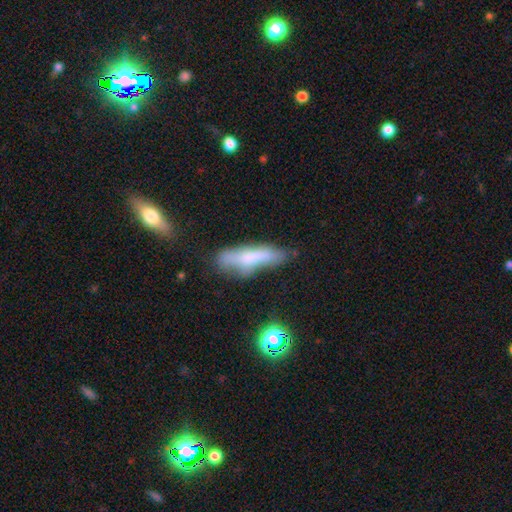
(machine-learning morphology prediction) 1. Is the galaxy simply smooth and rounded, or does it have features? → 61% smooth, 31% featured or disk, 9% star or artifact.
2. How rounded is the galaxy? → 61% cigar-shaped, 36% in between, 2% round.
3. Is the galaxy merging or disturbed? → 44% none, 28% minor disturbance, 19% major disturbance, 9% merger.